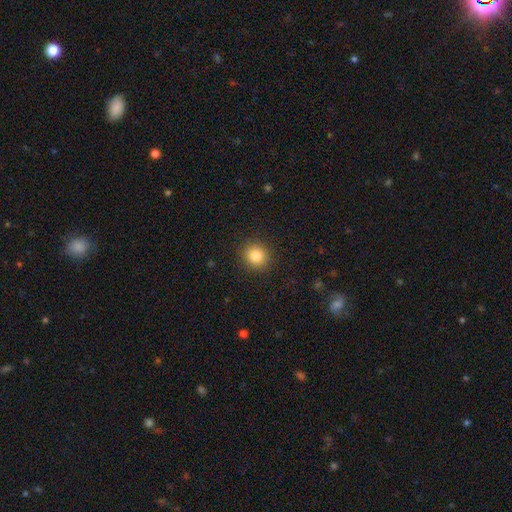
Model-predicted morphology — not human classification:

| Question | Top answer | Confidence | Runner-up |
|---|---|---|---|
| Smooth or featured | smooth | 85% | star or artifact (10%) |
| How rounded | round | 87% | in between (12%) |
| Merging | none | 90% | minor disturbance (6%) |